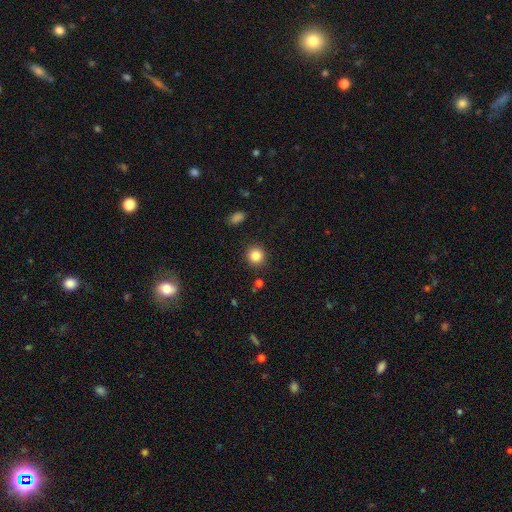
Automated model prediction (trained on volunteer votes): smooth_or_featured: smooth (p=0.85) [alt: star or artifact p=0.11]
how_rounded: round (p=0.92) [alt: in between p=0.08]
merging: none (p=0.90) [alt: minor disturbance p=0.06]